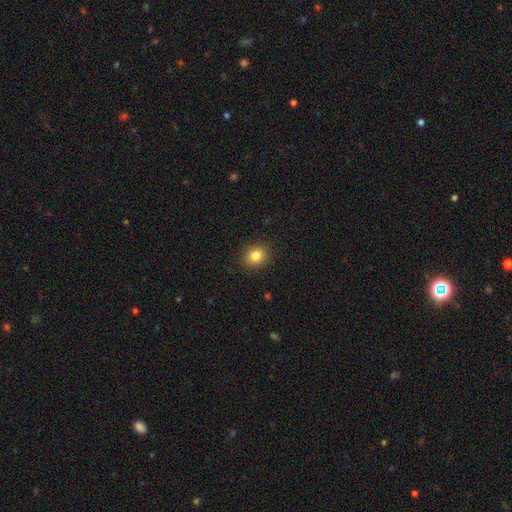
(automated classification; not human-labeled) A smooth galaxy with no disk features (83%) that is round (69%). Merging: none (90%).